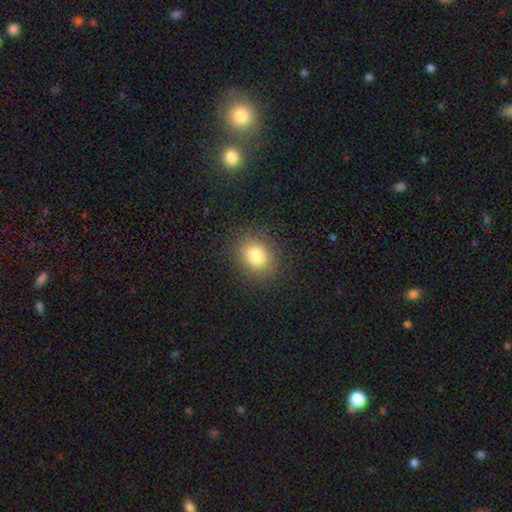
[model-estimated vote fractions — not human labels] Smooth or featured?
  - smooth: 80% *
  - star or artifact: 12%
  - featured or disk: 8%
How rounded?
  - round: 60% *
  - in between: 39%
  - cigar-shaped: 1%
Merging?
  - none: 87% *
  - minor disturbance: 9%
  - major disturbance: 3%
  - merger: 1%